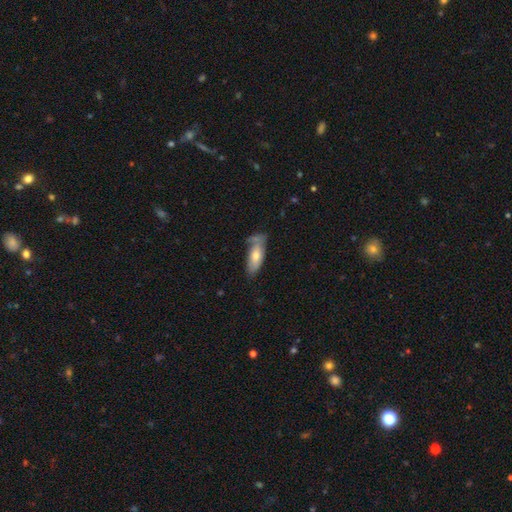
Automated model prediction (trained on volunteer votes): Q: Smooth or featured?
A: smooth (66%); runner-up: featured or disk (28%)
Q: How rounded?
A: in between (70%); runner-up: cigar-shaped (28%)
Q: Merging?
A: none (54%); runner-up: minor disturbance (25%)